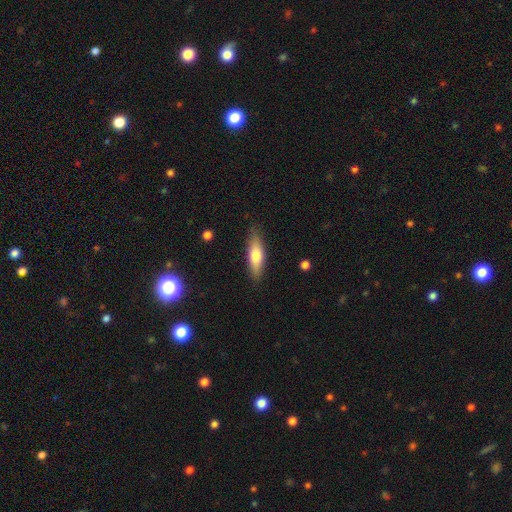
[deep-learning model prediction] smooth 68%, featured or disk 26%, star or artifact 6%. Down the decision tree: how rounded — cigar-shaped (51%); merging — none (84%).